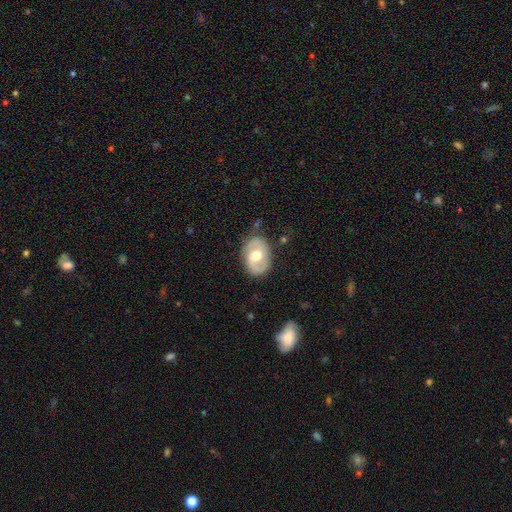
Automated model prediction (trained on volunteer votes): A featured or disk galaxy (58%) with no bar (54%), spiral arms (62%) and a moderate central bulge (73%).

Vote fractions:
- Smooth or featured? featured or disk: 58% / smooth: 37% / star or artifact: 6%
- Edge-on disk? no: 95% / yes: 5%
- Bar? no: 54% / weak: 36% / strong: 11%
- Spiral arms? yes: 62% / no: 38%
- Bulge size? moderate: 73% / large: 15% / small: 10% / dominant: 1% / none: 1%
- Merging? none: 77% / minor disturbance: 16% / major disturbance: 5% / merger: 2%